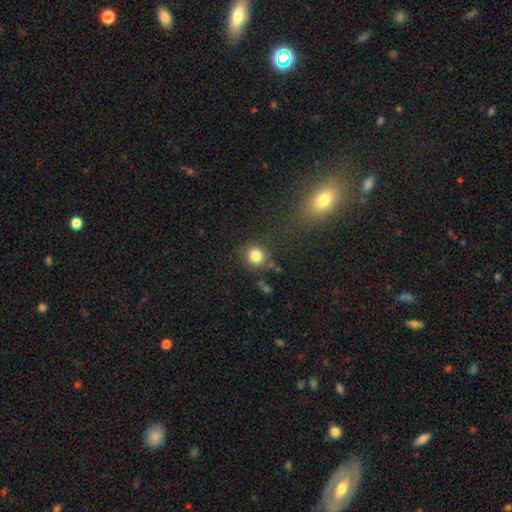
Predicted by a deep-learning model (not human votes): Smooth or featured? smooth (82%)
How rounded? round (86%)
Merging? none (79%)